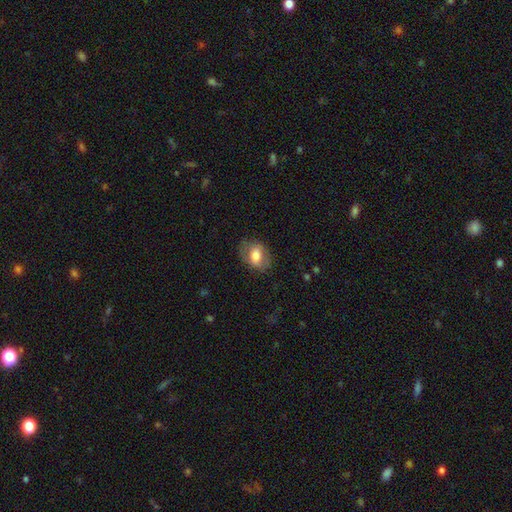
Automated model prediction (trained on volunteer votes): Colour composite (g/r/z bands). It shows a smooth galaxy with no disk features (67%) that is in between round and cigar-shaped (75%). Merging: none (74%).